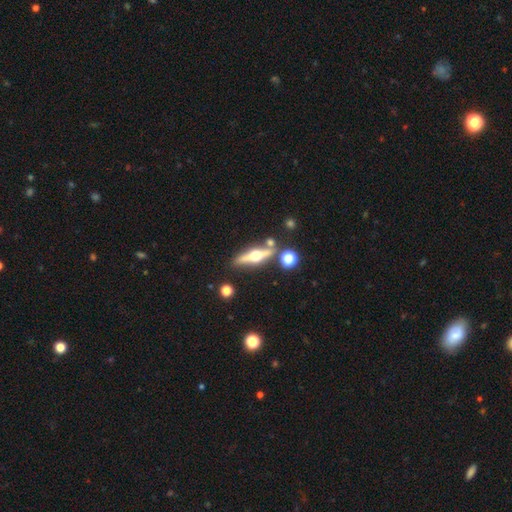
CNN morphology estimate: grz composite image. It shows a featured or disk galaxy (73%) viewed edge-on (95%) with a rounded central bulge (96%). Merging: none (79%).